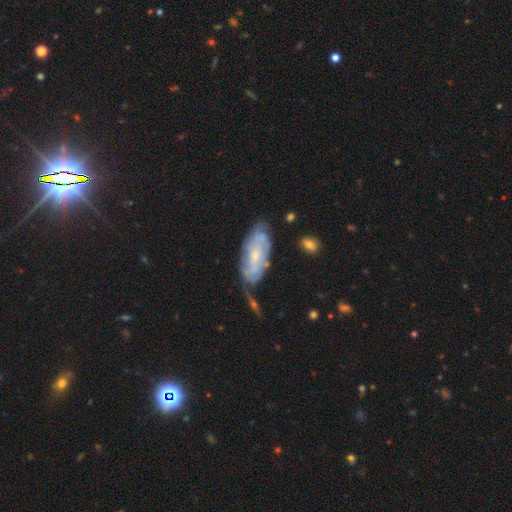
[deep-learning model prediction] Smooth or featured?
  - featured or disk: 65% *
  - smooth: 28%
  - star or artifact: 7%
Edge-on disk?
  - no: 89% *
  - yes: 11%
Bar?
  - no: 67% *
  - weak: 27%
  - strong: 6%
Spiral arms?
  - yes: 76% *
  - no: 24%
Bulge size?
  - small: 67% *
  - moderate: 28%
  - none: 3%
  - large: 1%
  - dominant: 1%
Merging?
  - none: 54% *
  - minor disturbance: 27%
  - major disturbance: 11%
  - merger: 9%